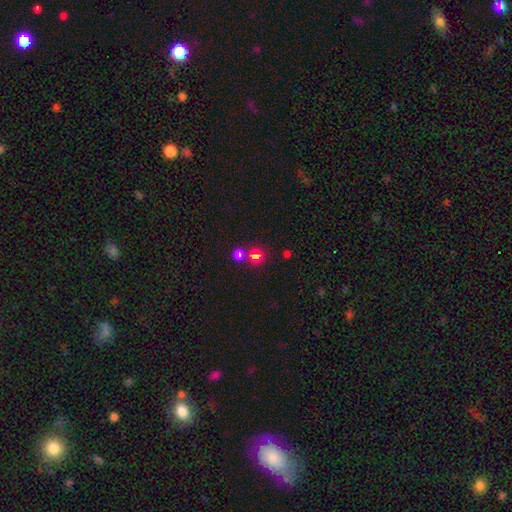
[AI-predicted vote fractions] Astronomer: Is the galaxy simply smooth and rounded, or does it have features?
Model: smooth — 54% (runner-up: star or artifact, 36%).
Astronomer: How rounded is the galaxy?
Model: round — 70%.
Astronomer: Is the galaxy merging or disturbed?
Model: none — 65%.